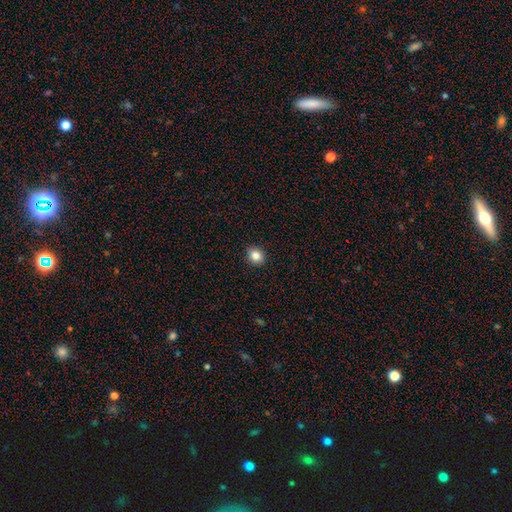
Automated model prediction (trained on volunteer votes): Q: Smooth or featured?
A: smooth (84%); runner-up: star or artifact (10%)
Q: How rounded?
A: round (70%); runner-up: in between (29%)
Q: Merging?
A: none (91%); runner-up: minor disturbance (6%)